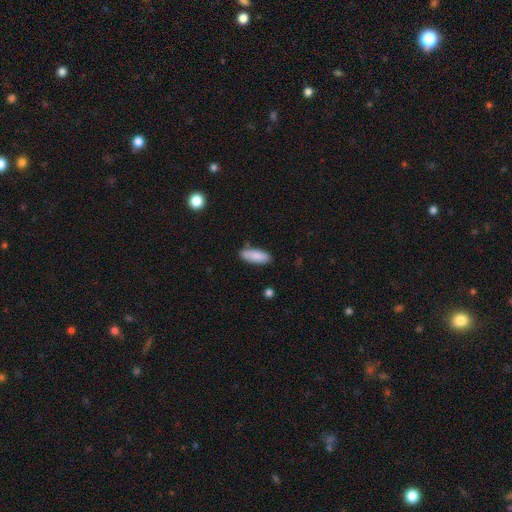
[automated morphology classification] smooth 85%, featured or disk 9%, star or artifact 6%. Down the decision tree: how rounded — in between (70%); merging — none (81%).